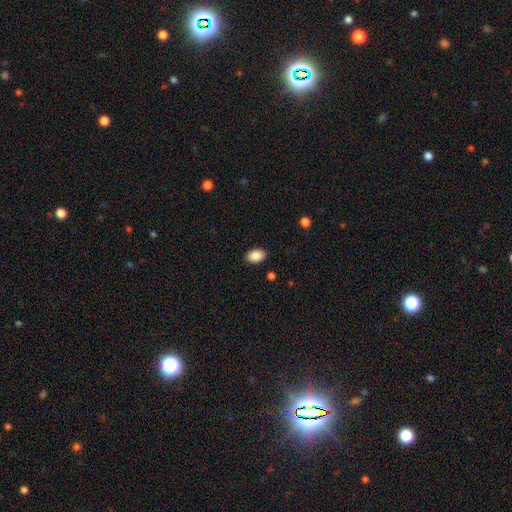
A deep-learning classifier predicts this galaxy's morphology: A smooth galaxy with no disk features (89%) that is in between round and cigar-shaped (85%).

Vote fractions:
- Smooth or featured? smooth: 89% / star or artifact: 8% / featured or disk: 3%
- How rounded? in between: 85% / round: 14% / cigar-shaped: 1%
- Merging? none: 89% / minor disturbance: 8% / major disturbance: 2% / merger: 1%